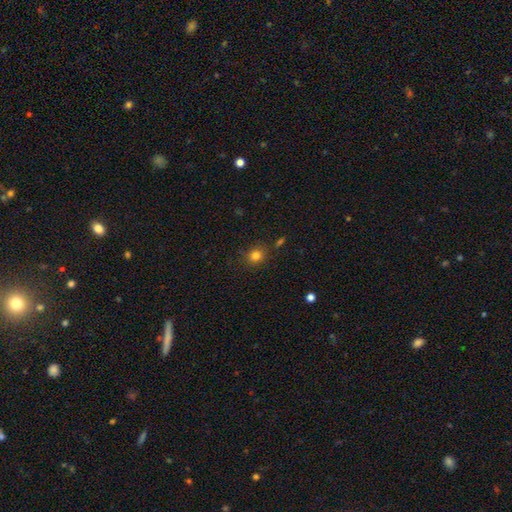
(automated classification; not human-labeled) A smooth galaxy with no disk features (81%) that is round (77%).

Vote fractions:
- Smooth or featured? smooth: 81% / star or artifact: 13% / featured or disk: 6%
- How rounded? round: 77% / in between: 22% / cigar-shaped: 1%
- Merging? none: 83% / minor disturbance: 11% / major disturbance: 3% / merger: 3%